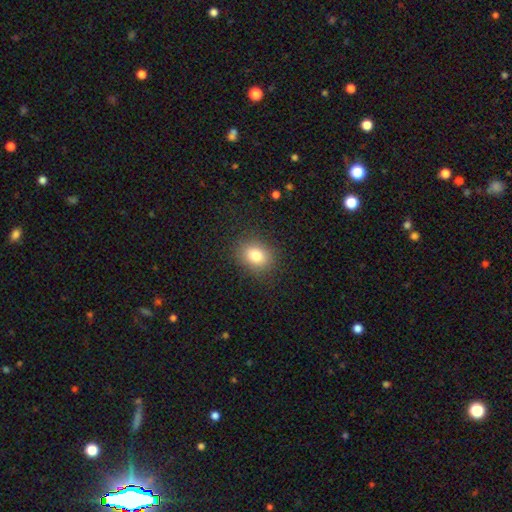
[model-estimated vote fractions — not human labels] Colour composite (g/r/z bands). It shows a smooth galaxy with no disk features (80%) that is round (54%). Merging: none (87%).